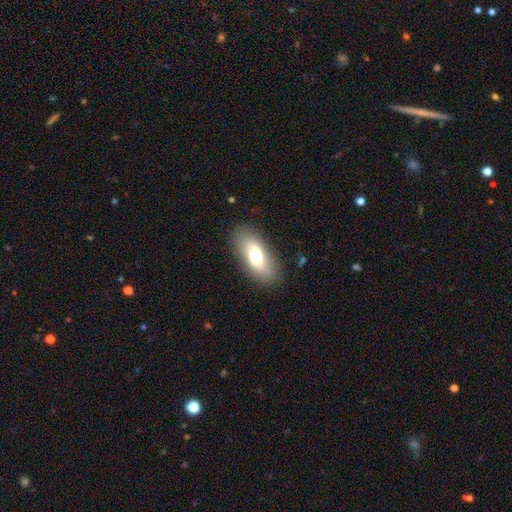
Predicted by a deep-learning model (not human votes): A smooth galaxy with no disk features (70%) that is in between round and cigar-shaped (84%). Merging: none (85%).